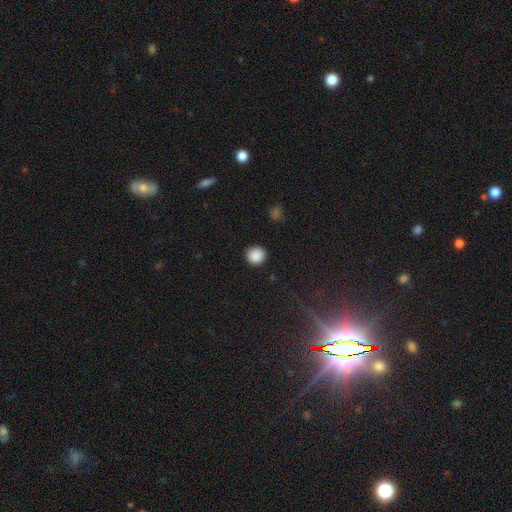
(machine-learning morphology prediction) Smooth or featured? smooth (88%)
How rounded? round (94%)
Merging? none (91%)